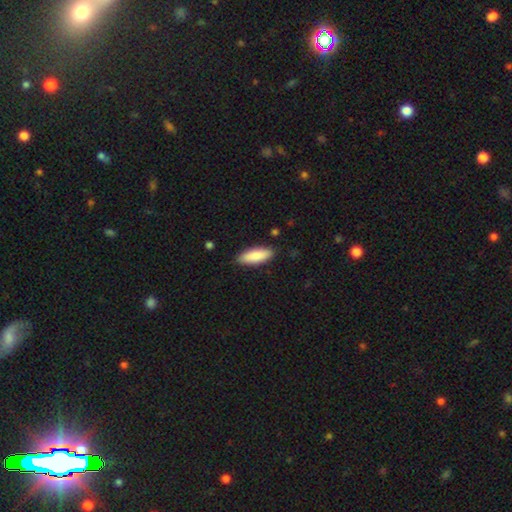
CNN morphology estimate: smooth_or_featured: smooth (p=0.86) [alt: featured or disk p=0.09]
how_rounded: in between (p=0.64) [alt: cigar-shaped p=0.35]
merging: none (p=0.87) [alt: minor disturbance p=0.10]